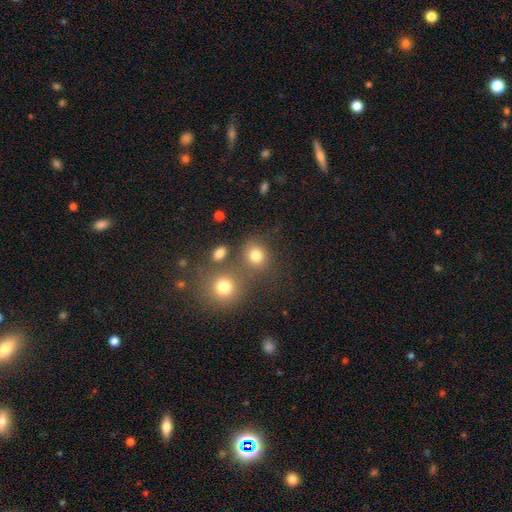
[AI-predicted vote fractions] The model was most divided on "merging": none: 60%, merger: 24%, minor disturbance: 10%, major disturbance: 6%. More confident: smooth or featured — smooth (78%); how rounded — round (78%).